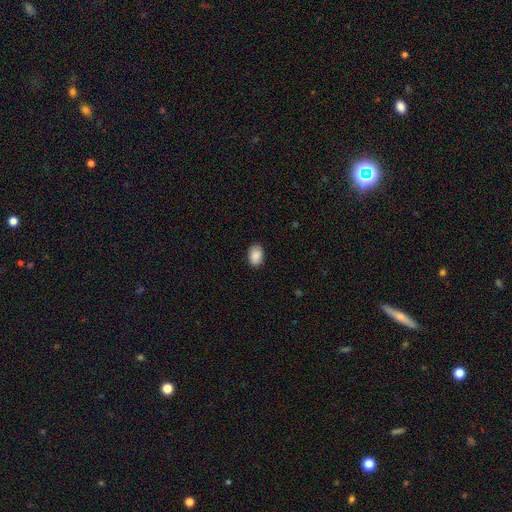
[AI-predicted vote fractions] A smooth galaxy with no disk features (89%) that is in between round and cigar-shaped (85%). Merging: none (86%).